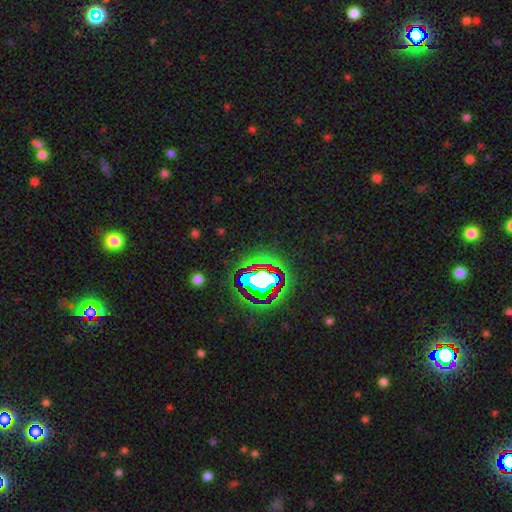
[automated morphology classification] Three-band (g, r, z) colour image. It shows a star or artifact, not a galaxy (79%).